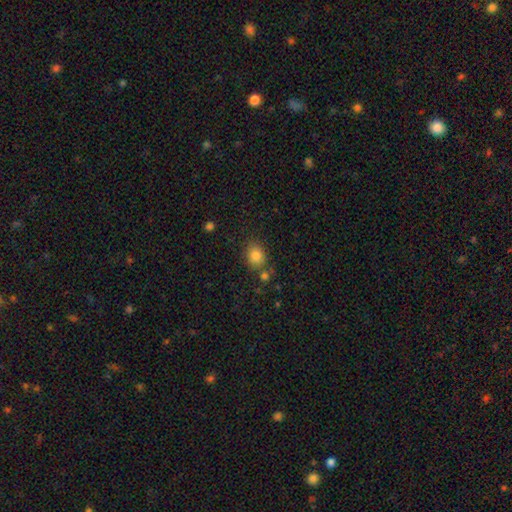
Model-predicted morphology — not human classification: This is clearly a smooth galaxy (84%). How rounded: possibly round (57%). Merging: likely none (72%).